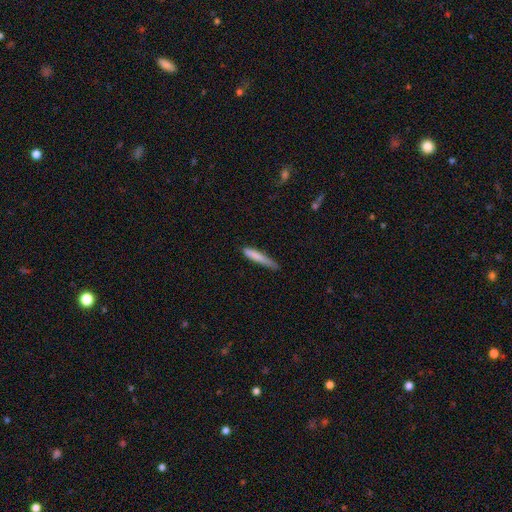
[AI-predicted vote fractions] smooth 78%, featured or disk 15%, star or artifact 6%. Down the decision tree: how rounded — cigar-shaped (93%); merging — none (56%).